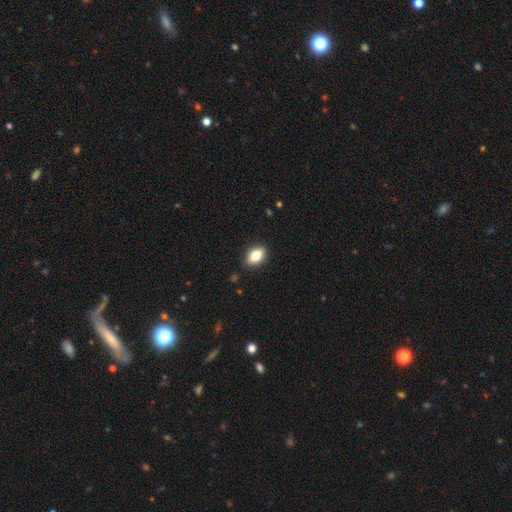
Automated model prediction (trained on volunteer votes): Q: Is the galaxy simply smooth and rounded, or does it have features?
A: smooth — 81%.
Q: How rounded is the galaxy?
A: in between — 85%.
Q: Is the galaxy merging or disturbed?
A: none — 87%.